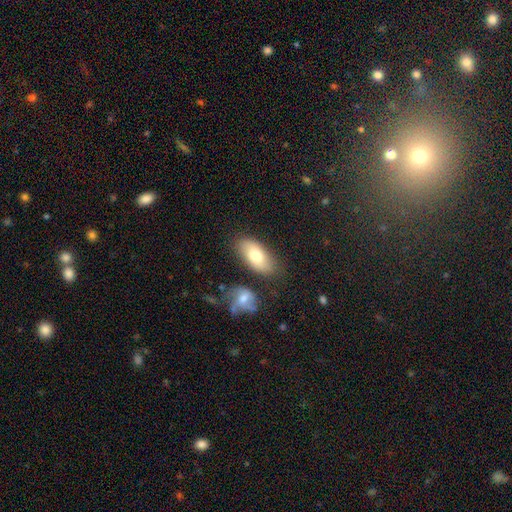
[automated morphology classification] This appears to be a smooth galaxy with no disk features (75%) that is in between round and cigar-shaped (91%). Merging: none (75%).